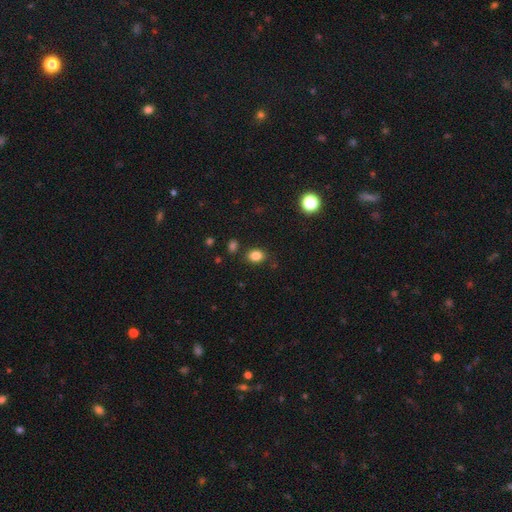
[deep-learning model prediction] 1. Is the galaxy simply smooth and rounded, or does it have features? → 83% smooth, 12% star or artifact, 5% featured or disk.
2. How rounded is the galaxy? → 60% in between, 39% round, 1% cigar-shaped.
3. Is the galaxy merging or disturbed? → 82% none, 11% minor disturbance, 4% merger, 3% major disturbance.